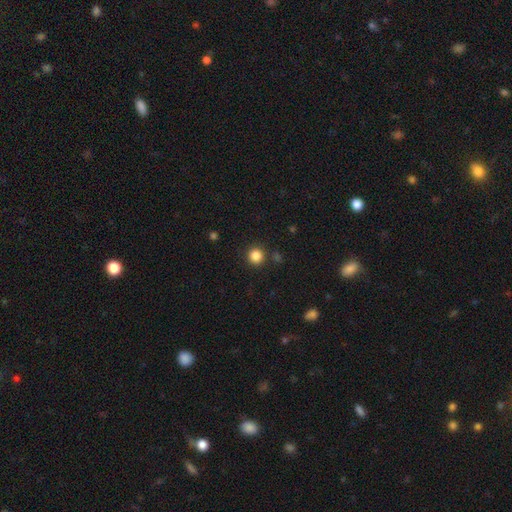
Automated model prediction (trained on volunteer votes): The model was most divided on "smooth or featured": smooth: 85%, star or artifact: 11%, featured or disk: 3%. More confident: how rounded — round (94%); merging — none (88%).